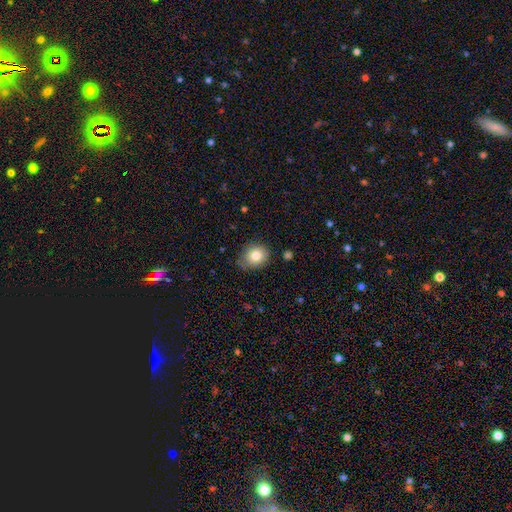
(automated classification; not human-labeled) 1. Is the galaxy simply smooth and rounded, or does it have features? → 81% smooth, 9% featured or disk, 9% star or artifact.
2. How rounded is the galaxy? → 68% round, 31% in between, 1% cigar-shaped.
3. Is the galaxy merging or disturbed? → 74% none, 20% minor disturbance, 4% major disturbance, 2% merger.